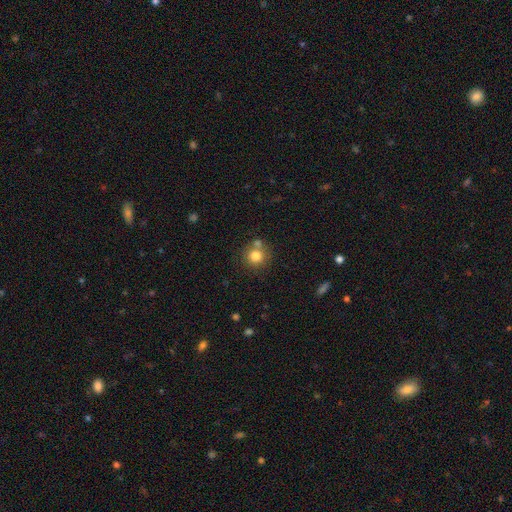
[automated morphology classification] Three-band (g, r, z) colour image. It shows a smooth galaxy with no disk features (80%) that is round (91%). Merging: none (65%).